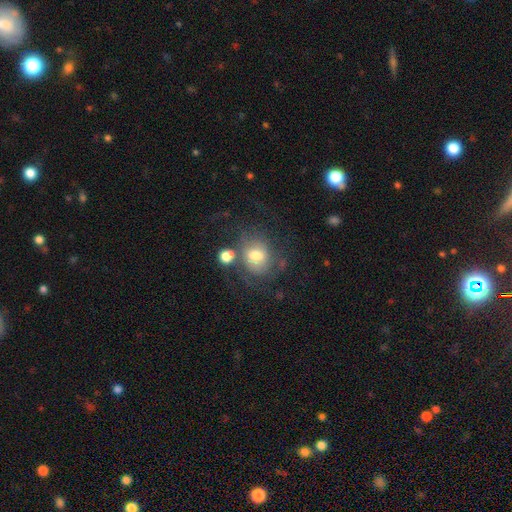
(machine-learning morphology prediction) smooth_or_featured: smooth (p=0.58) [alt: featured or disk p=0.31]
how_rounded: round (p=0.56) [alt: in between p=0.43]
merging: none (p=0.43) [alt: merger p=0.21]